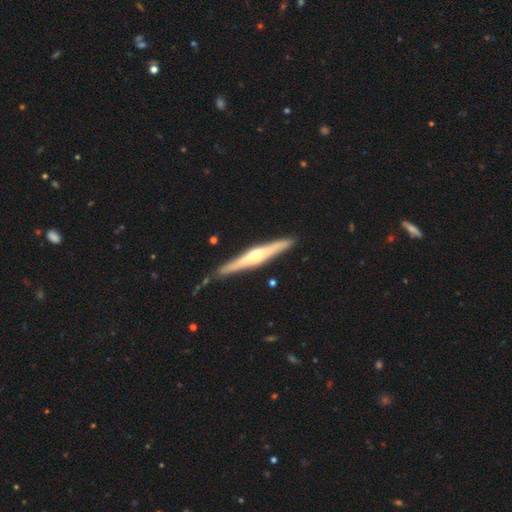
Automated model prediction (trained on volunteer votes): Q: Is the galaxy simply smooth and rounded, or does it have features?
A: featured or disk — 73%.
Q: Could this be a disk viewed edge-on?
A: yes — 98%.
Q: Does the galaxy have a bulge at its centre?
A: rounded — 86%.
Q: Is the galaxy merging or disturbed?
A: none — 88%.